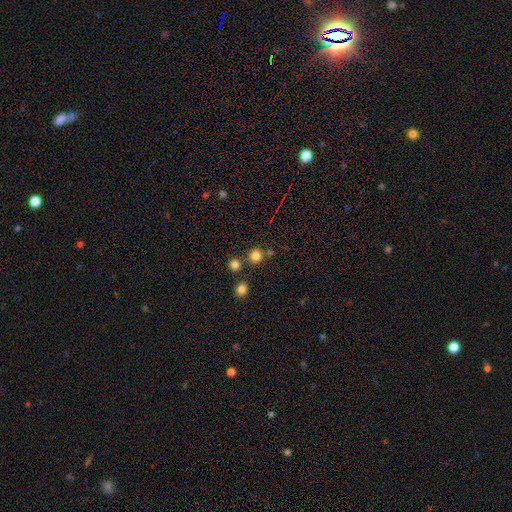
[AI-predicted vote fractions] Smooth or featured? smooth (79%)
How rounded? round (91%)
Merging? none (76%)